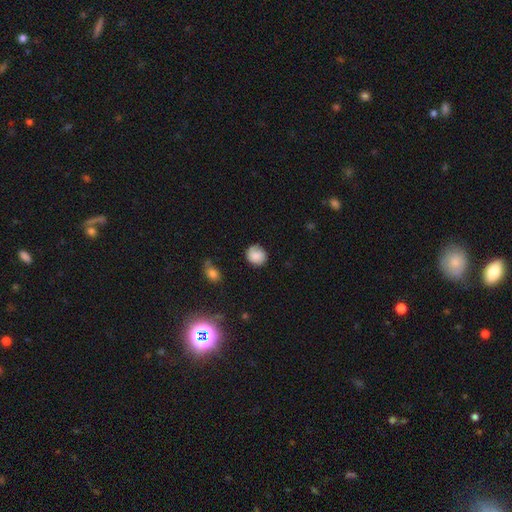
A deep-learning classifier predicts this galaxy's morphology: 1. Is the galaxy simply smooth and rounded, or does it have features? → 81% smooth, 10% featured or disk, 9% star or artifact.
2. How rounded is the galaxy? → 81% round, 18% in between, 1% cigar-shaped.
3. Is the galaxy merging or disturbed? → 74% none, 19% minor disturbance, 5% major disturbance, 2% merger.